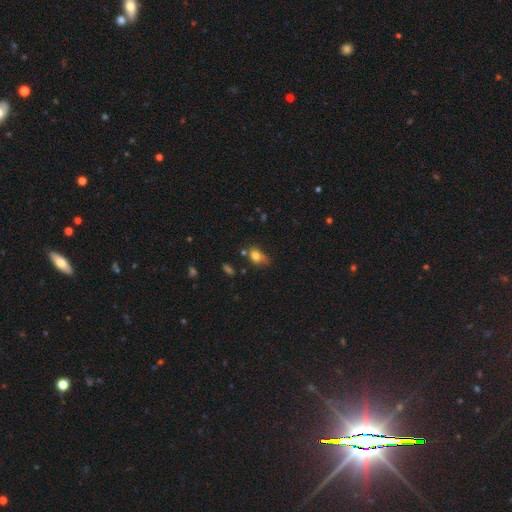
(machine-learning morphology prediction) Smooth or featured? smooth (77%)
How rounded? in between (72%)
Merging? none (49%)